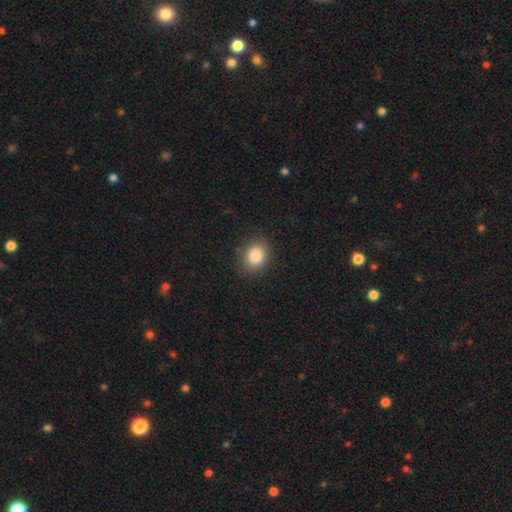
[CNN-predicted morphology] Smooth or featured? Predicted: smooth (p=0.85). How rounded? Predicted: round (p=0.66). Merging? Predicted: none (p=0.87).